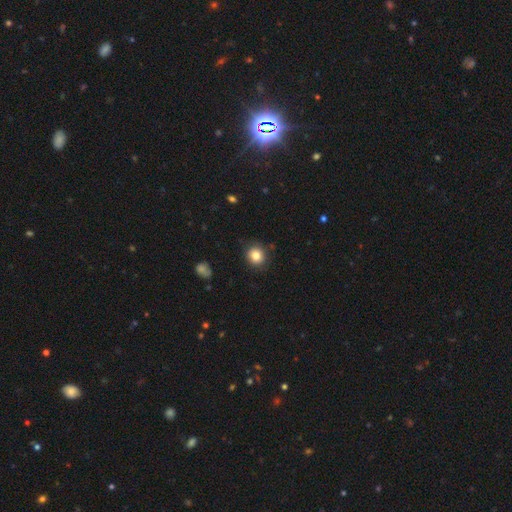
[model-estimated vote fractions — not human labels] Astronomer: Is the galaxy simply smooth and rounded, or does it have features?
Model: smooth — 82%.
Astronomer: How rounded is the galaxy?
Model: round — 88%.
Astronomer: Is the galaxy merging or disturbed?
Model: none — 87%.